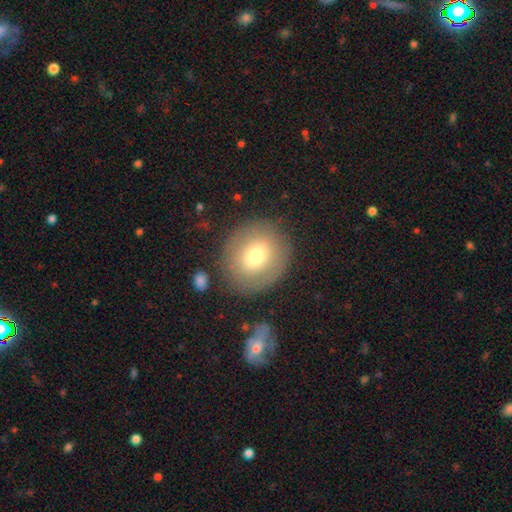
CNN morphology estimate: smooth-or-featured: smooth: 66% | featured or disk: 24% | star or artifact: 9%
  how-rounded: round: 80% | in between: 19% | cigar-shaped: 1%
  merging: none: 81% | minor disturbance: 11% | major disturbance: 4% | merger: 3%